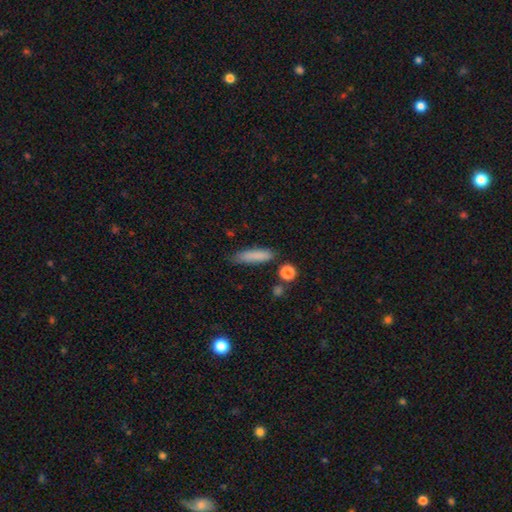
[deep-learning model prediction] The model was most divided on "how rounded": cigar-shaped: 77%, in between: 21%, round: 2%. More confident: smooth or featured — smooth (83%); merging — none (78%).